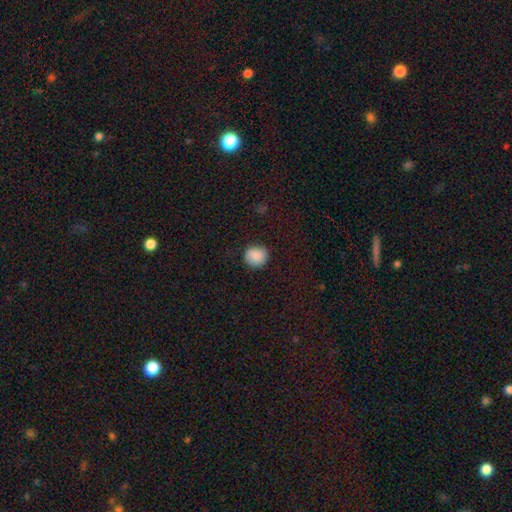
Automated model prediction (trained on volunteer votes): smooth_or_featured: smooth (p=0.86) [alt: star or artifact p=0.08]
how_rounded: round (p=0.84) [alt: in between p=0.15]
merging: none (p=0.84) [alt: minor disturbance p=0.12]